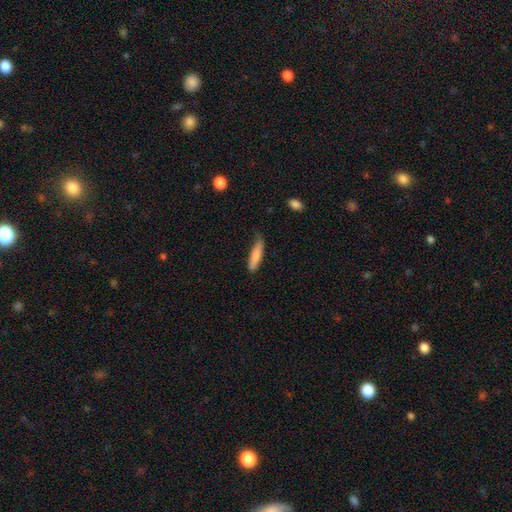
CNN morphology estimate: A smooth galaxy with no disk features (83%) that is cigar-shaped (82%).

Vote fractions:
- Smooth or featured? smooth: 83% / featured or disk: 11% / star or artifact: 6%
- How rounded? cigar-shaped: 82% / in between: 16% / round: 1%
- Merging? none: 67% / minor disturbance: 27% / major disturbance: 4% / merger: 2%